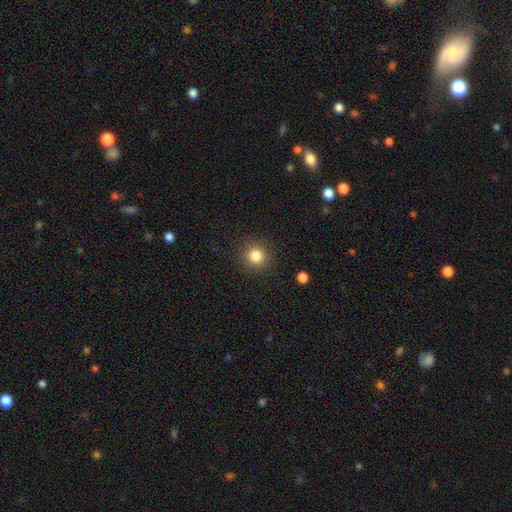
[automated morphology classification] Smooth or featured?
  - smooth: 83% *
  - star or artifact: 12%
  - featured or disk: 6%
How rounded?
  - round: 93% *
  - in between: 6%
  - cigar-shaped: 1%
Merging?
  - none: 90% *
  - minor disturbance: 6%
  - major disturbance: 3%
  - merger: 1%